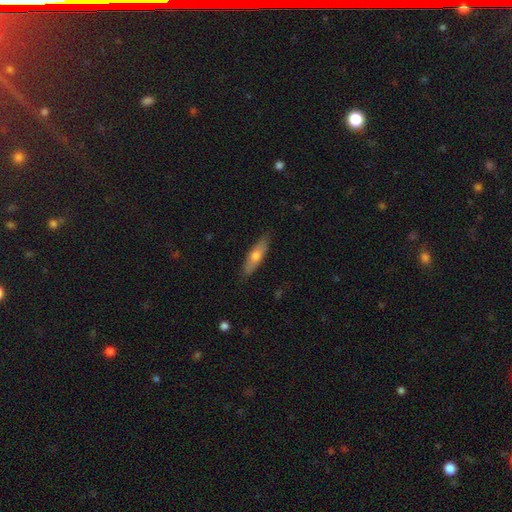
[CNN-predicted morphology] A smooth galaxy with no disk features (59%) that is cigar-shaped (64%). Merging: none (86%).